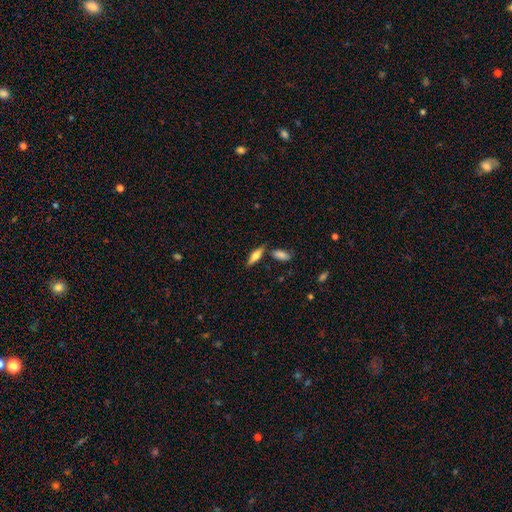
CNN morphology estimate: Smooth or featured? smooth (54%)
How rounded? in between (50%)
Merging? none (75%)